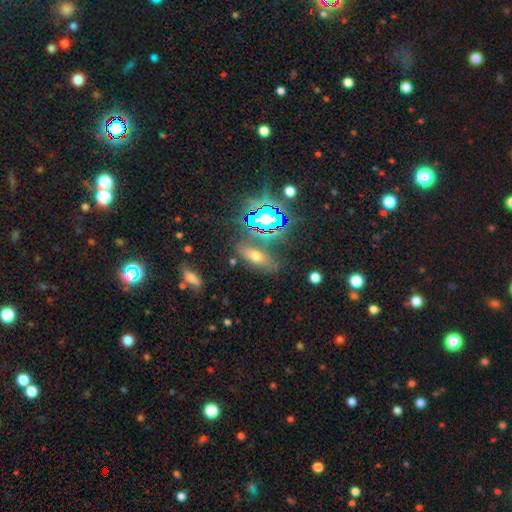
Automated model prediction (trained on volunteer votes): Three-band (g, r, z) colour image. It shows a smooth galaxy with no disk features (55%) that is in between round and cigar-shaped (68%). Merging: none (73%).